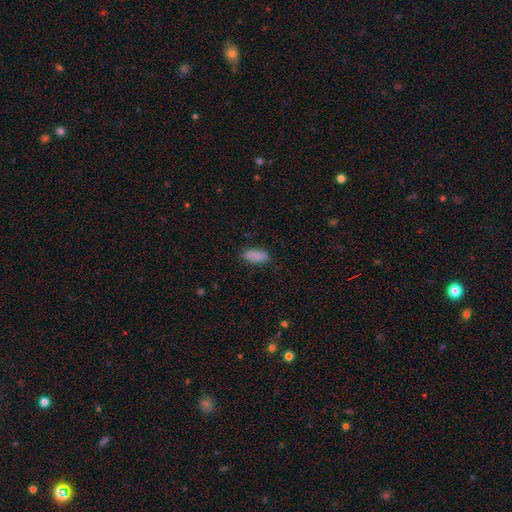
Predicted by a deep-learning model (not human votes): smooth_or_featured: smooth (p=0.87) [alt: star or artifact p=0.08]
how_rounded: in between (p=0.81) [alt: cigar-shaped p=0.17]
merging: none (p=0.81) [alt: minor disturbance p=0.14]